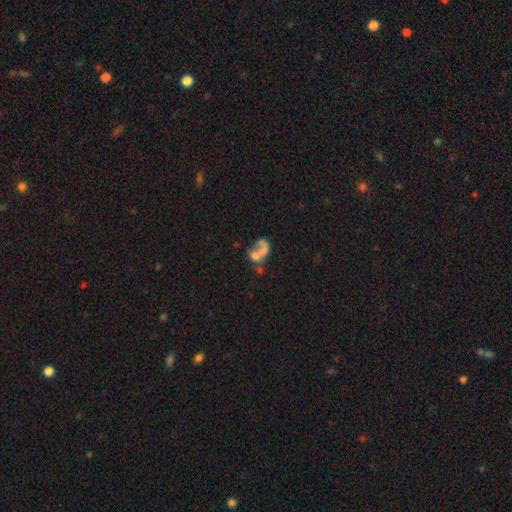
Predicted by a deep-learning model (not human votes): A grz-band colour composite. It shows a featured or disk galaxy (45%). Merging: merger (50%).